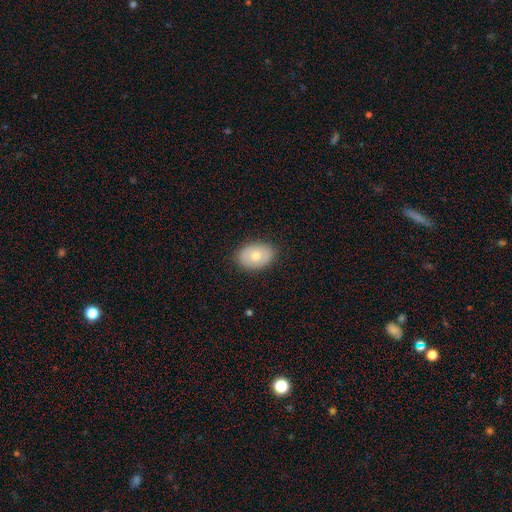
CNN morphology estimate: Overall: smooth (71%). How rounded: in between (80%). Merging: none (86%).